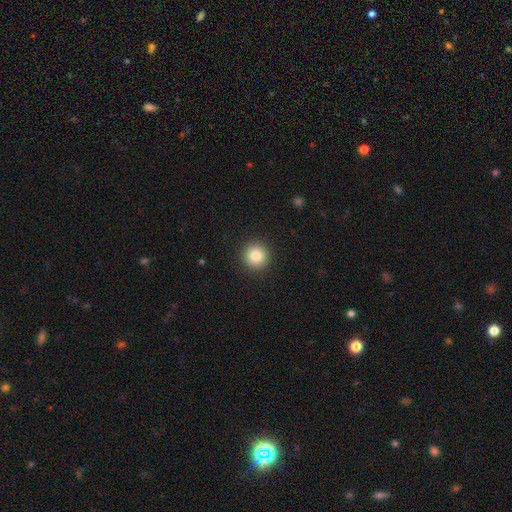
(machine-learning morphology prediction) Overall: smooth (84%). How rounded: round (95%). Merging: none (92%).